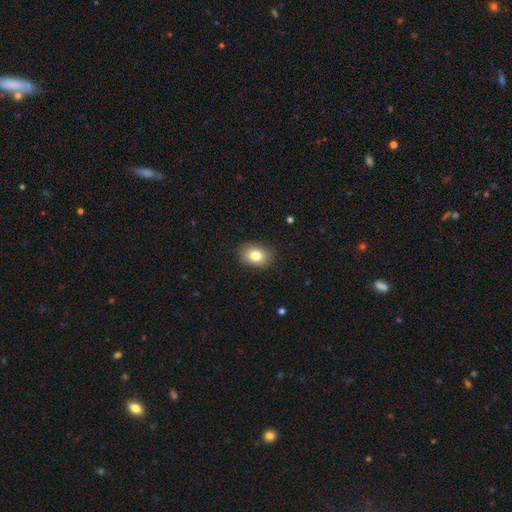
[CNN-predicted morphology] This is clearly a smooth galaxy (81%). How rounded: likely in between (73%). Merging: clearly none (88%).